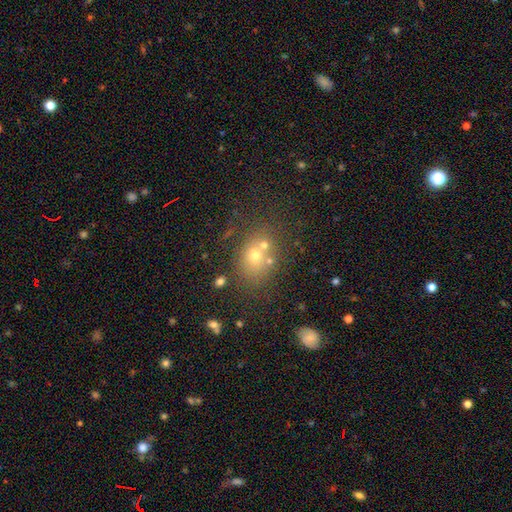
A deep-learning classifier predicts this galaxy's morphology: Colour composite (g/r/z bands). It shows a smooth galaxy with no disk features (61%) that is round (55%). Merging: none (55%).